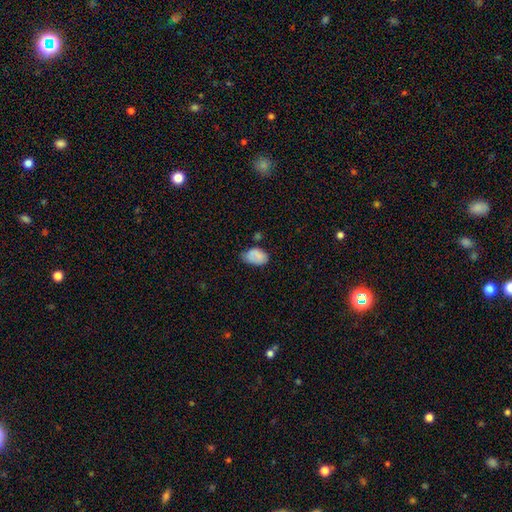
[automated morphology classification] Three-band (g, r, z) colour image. It shows a smooth galaxy with no disk features (81%) that is in between round and cigar-shaped (89%). Merging: none (59%).